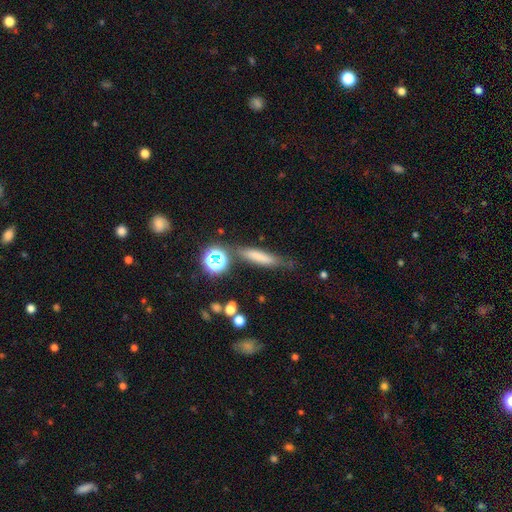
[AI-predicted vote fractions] smooth-or-featured: smooth: 62% | featured or disk: 22% | star or artifact: 16%
  how-rounded: cigar-shaped: 77% | in between: 16% | round: 6%
  merging: none: 65% | minor disturbance: 21% | major disturbance: 7% | merger: 7%